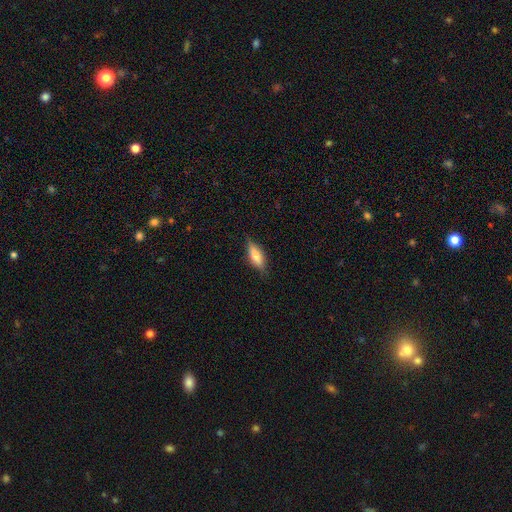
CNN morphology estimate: Overall: smooth (70%). How rounded: in between (58%; cigar-shaped 39%). Merging: none (80%).